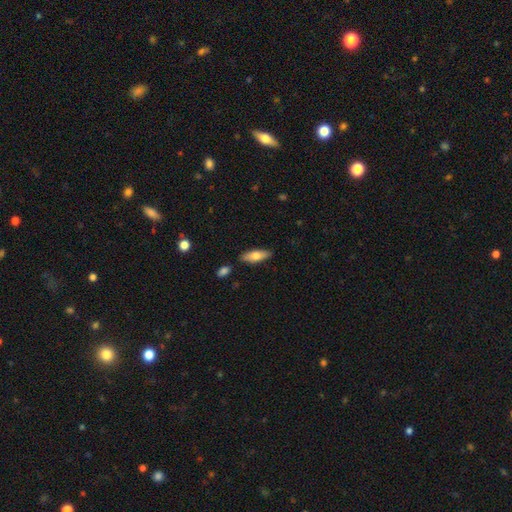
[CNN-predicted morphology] A smooth galaxy with no disk features (70%) that is in between round and cigar-shaped (61%). Merging: none (85%).